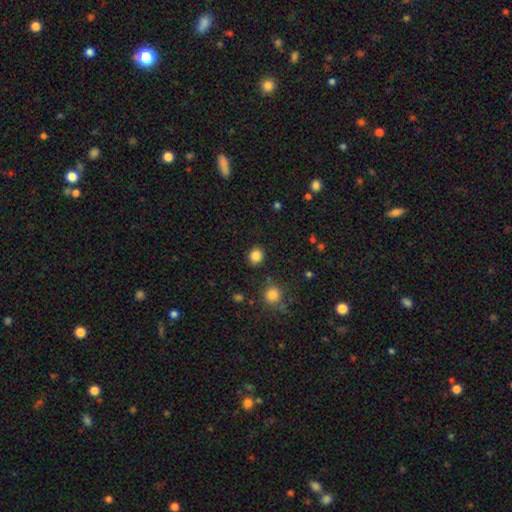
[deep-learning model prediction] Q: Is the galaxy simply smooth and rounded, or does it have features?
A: smooth — 84%.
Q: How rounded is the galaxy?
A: round — 78%.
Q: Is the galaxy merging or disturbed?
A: none — 87%.